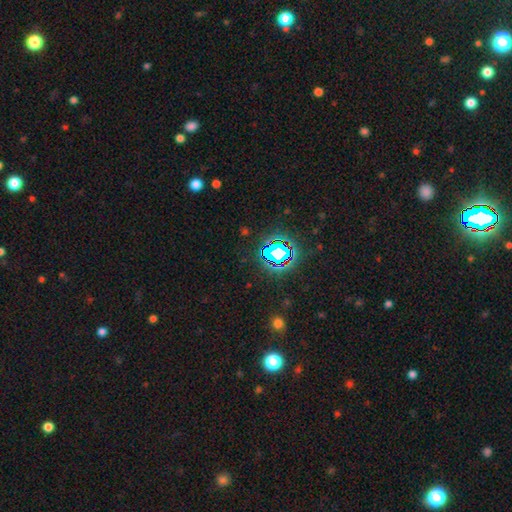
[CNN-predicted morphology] Smooth or featured? star or artifact (80%)